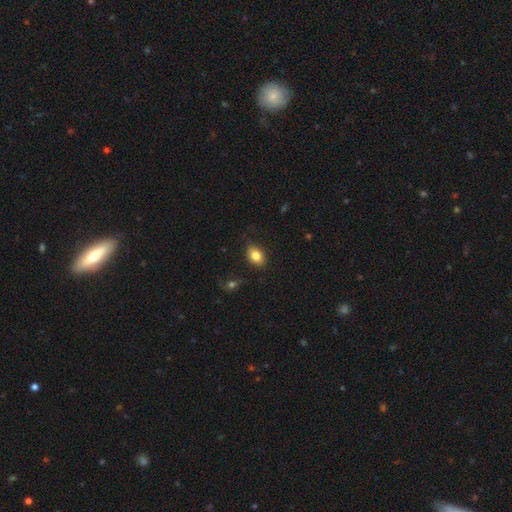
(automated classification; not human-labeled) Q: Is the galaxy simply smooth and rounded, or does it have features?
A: smooth — 82%.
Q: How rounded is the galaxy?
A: in between — 80%.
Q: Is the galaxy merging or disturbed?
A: none — 80%.